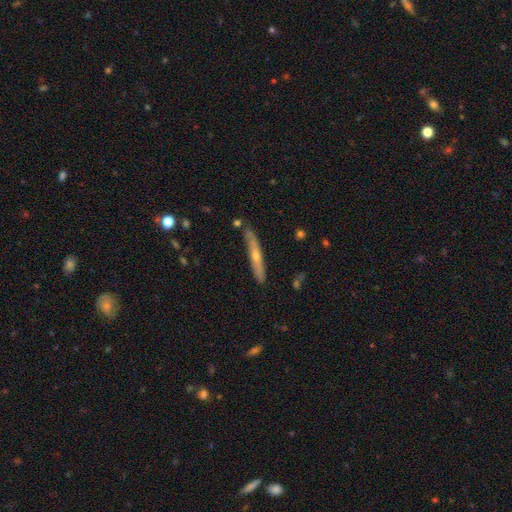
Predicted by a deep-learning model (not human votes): This appears to be a featured or disk galaxy (56%) viewed edge-on (90%) with a rounded central bulge (73%). Merging: none (81%).